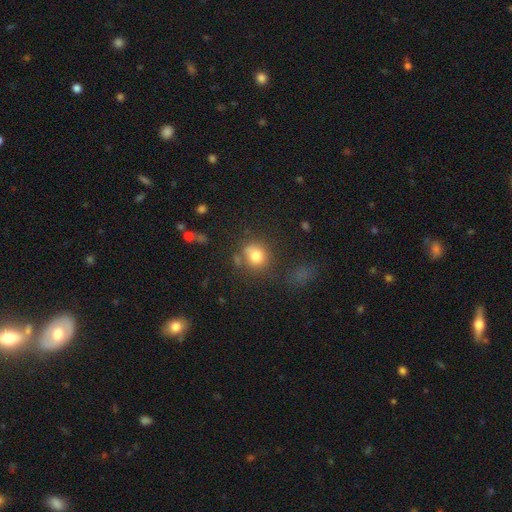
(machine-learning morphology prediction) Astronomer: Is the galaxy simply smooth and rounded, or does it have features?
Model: smooth — 79%.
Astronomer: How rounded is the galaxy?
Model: round — 78%.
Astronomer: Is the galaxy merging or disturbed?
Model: none — 64%.